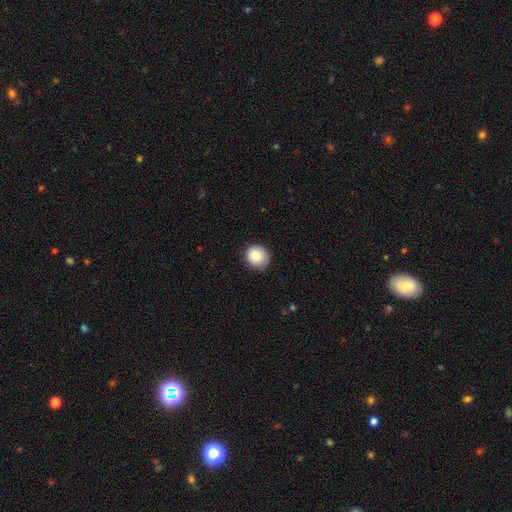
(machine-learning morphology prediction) A smooth galaxy with no disk features (86%) that is round (88%). Merging: none (83%).